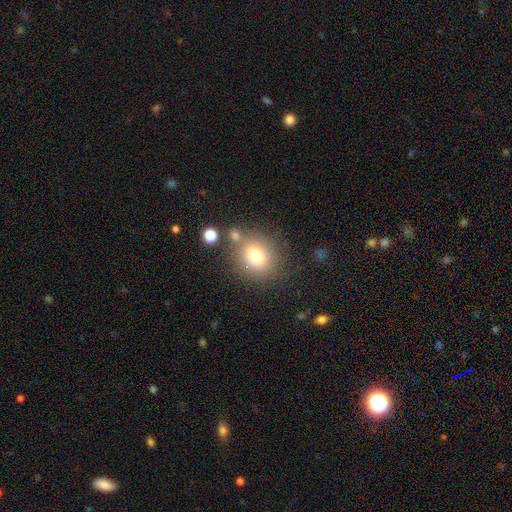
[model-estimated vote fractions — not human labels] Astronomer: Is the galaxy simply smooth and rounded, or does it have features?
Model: smooth — 75%.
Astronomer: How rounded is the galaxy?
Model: round — 76%.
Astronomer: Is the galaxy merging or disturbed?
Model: none — 69%.